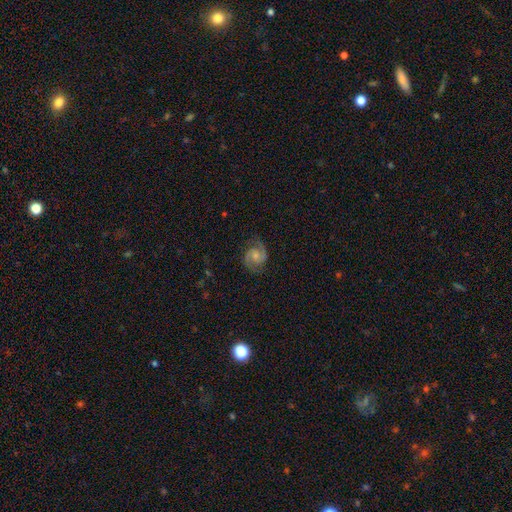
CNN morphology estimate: Smooth or featured? Predicted: featured or disk (p=0.86). Edge-on disk? Predicted: no (p=0.98). Bar? Predicted: no (p=0.53). Spiral arms? Predicted: yes (p=0.98). Spiral winding? Predicted: medium (p=0.55). Spiral arm count? Predicted: 2 (p=0.93). Bulge size? Predicted: moderate (p=0.43). Merging? Predicted: none (p=0.81).